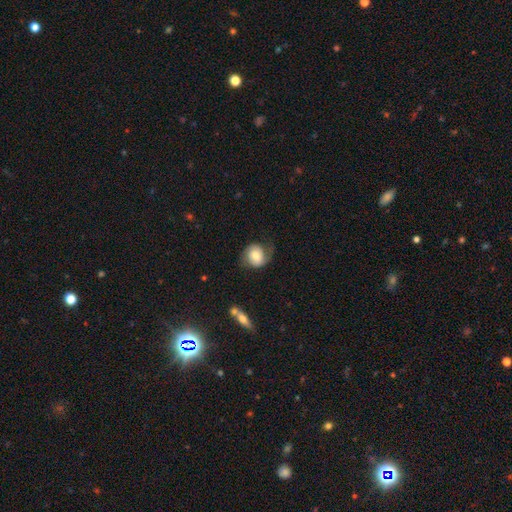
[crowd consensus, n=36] Volunteers were most divided on "smooth or featured": featured or disk: 53%, smooth: 44%, star or artifact: 3%. More confident: edge-on disk — no (95%); spiral arm count — 2 (79%); spiral arms — yes (78%); bar — no (67%); spiral winding — loose (64%); bulge size — moderate (61%); merging — none (51%).